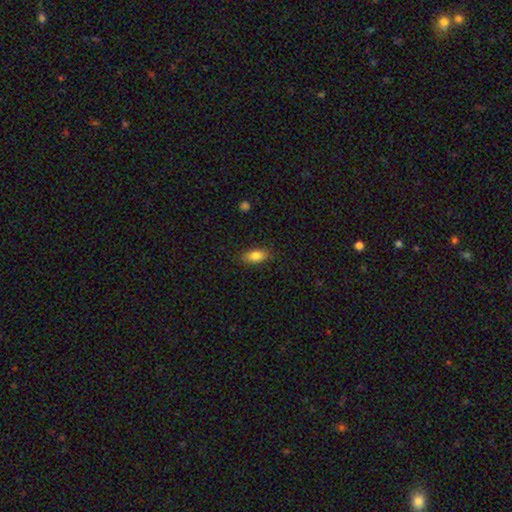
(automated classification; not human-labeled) Morphology: type=smooth (83%); roundness=in between (86%); merging=none (86%).